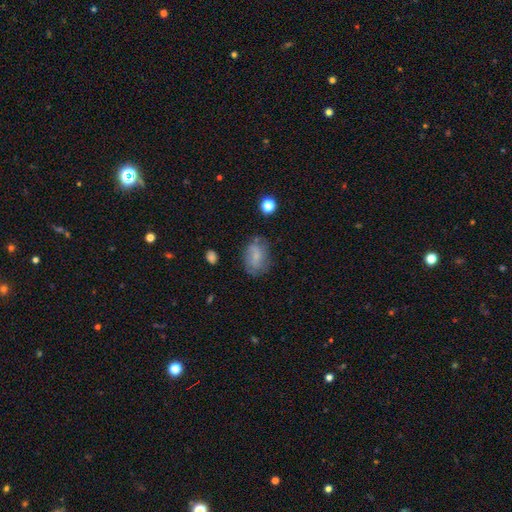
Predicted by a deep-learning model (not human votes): Overall: smooth (59%; featured or disk 31%). How rounded: in between (79%). Merging: none (61%; minor disturbance 25%).